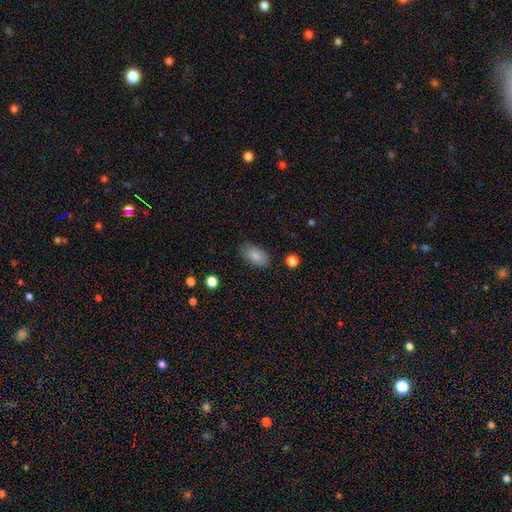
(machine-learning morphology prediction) This is clearly a smooth galaxy (85%). How rounded: clearly in between (93%). Merging: clearly none (84%).